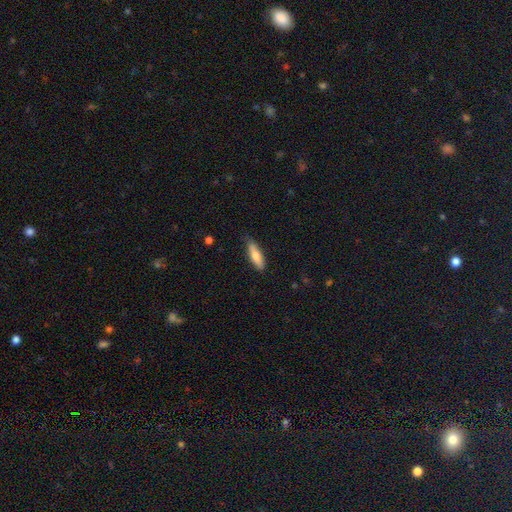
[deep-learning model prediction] Q: Smooth or featured?
A: smooth (73%); runner-up: featured or disk (21%)
Q: How rounded?
A: cigar-shaped (56%); runner-up: in between (42%)
Q: Merging?
A: none (81%); runner-up: minor disturbance (15%)